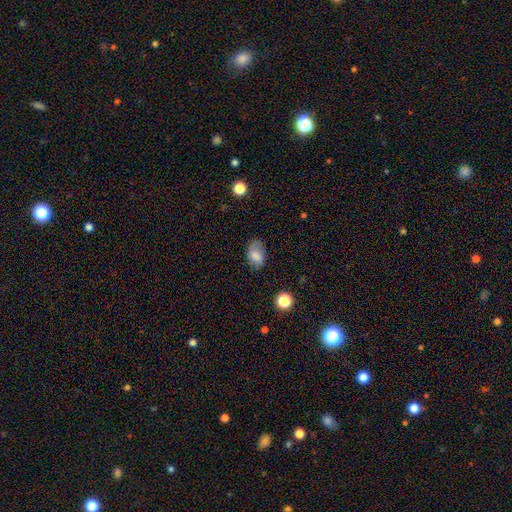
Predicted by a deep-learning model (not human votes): Morphology: type=smooth (77%); roundness=in between (84%); merging=none (66%).